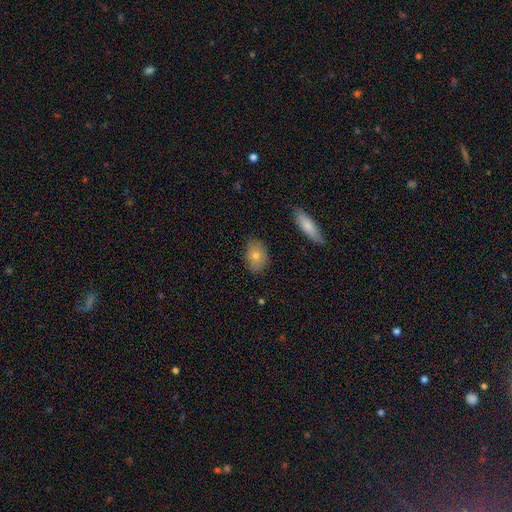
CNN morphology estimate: Smooth or featured? smooth (72%)
How rounded? in between (76%)
Merging? none (83%)